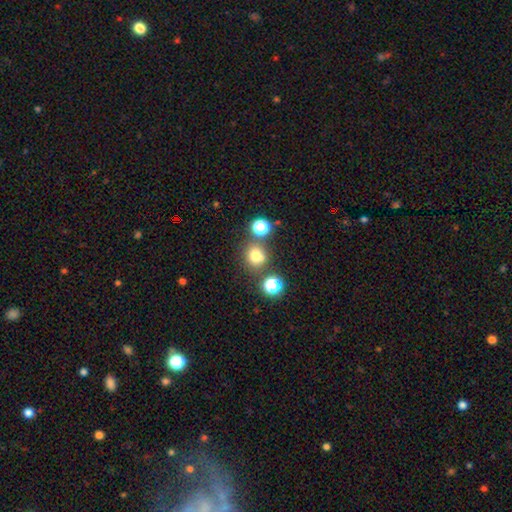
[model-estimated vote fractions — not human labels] This is likely a smooth galaxy (71%). How rounded: clearly round (85%). Merging: likely none (71%).